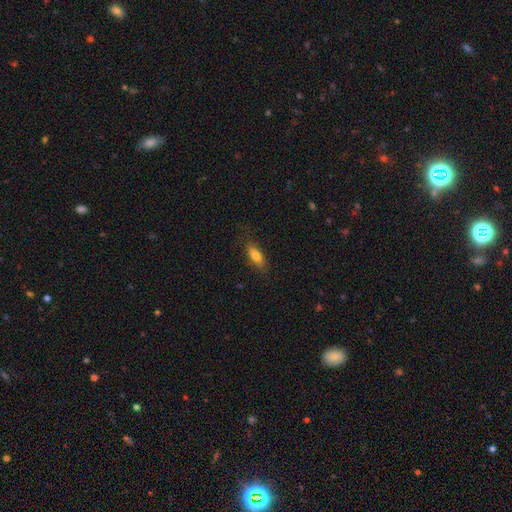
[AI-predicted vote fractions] The model was most divided on "how rounded": in between: 69%, cigar-shaped: 29%, round: 3%. More confident: merging — none (80%); smooth or featured — smooth (79%).